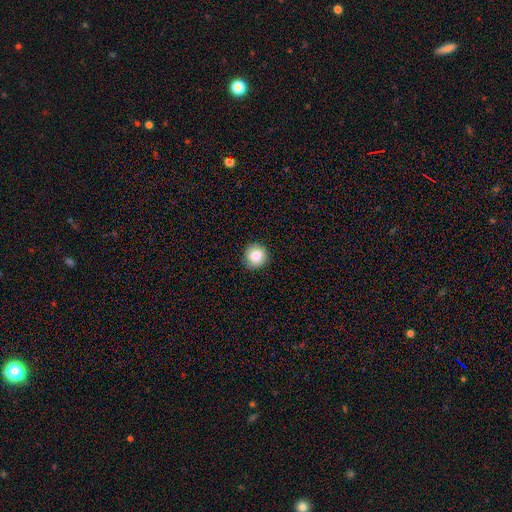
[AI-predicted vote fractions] The model was most divided on "smooth or featured": smooth: 82%, star or artifact: 9%, featured or disk: 9%. More confident: how rounded — round (94%); merging — none (88%).